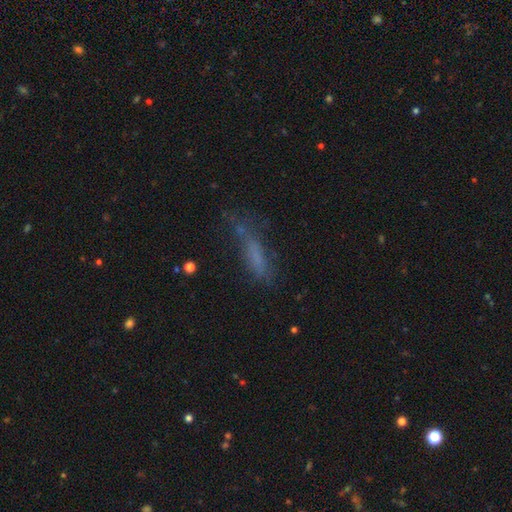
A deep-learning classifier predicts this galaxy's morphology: Q: Smooth or featured?
A: smooth (58%); runner-up: featured or disk (24%)
Q: How rounded?
A: cigar-shaped (68%); runner-up: in between (30%)
Q: Merging?
A: none (44%); runner-up: minor disturbance (26%)